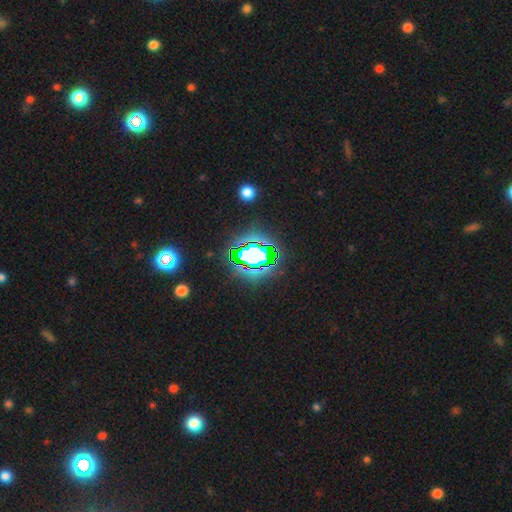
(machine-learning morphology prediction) A star or artifact, not a galaxy (64%).